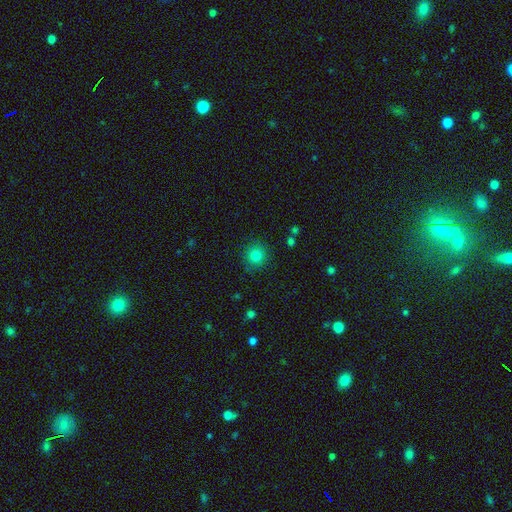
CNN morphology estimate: Smooth or featured?
  - smooth: 81% *
  - star or artifact: 12%
  - featured or disk: 6%
How rounded?
  - round: 92% *
  - in between: 7%
  - cigar-shaped: 1%
Merging?
  - none: 88% *
  - minor disturbance: 8%
  - major disturbance: 3%
  - merger: 2%